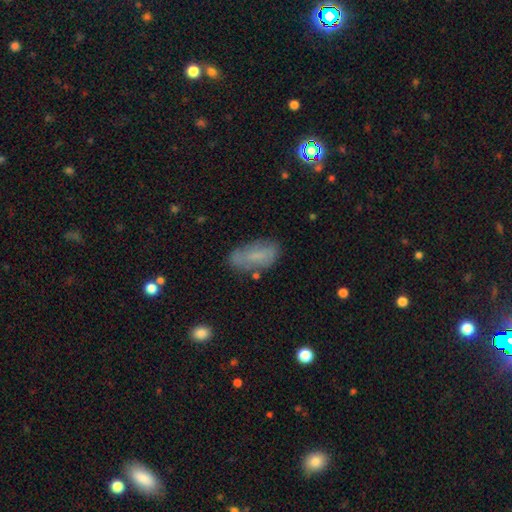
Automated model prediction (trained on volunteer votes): Overall: smooth (64%; featured or disk 26%). How rounded: in between (86%). Merging: none (67%).